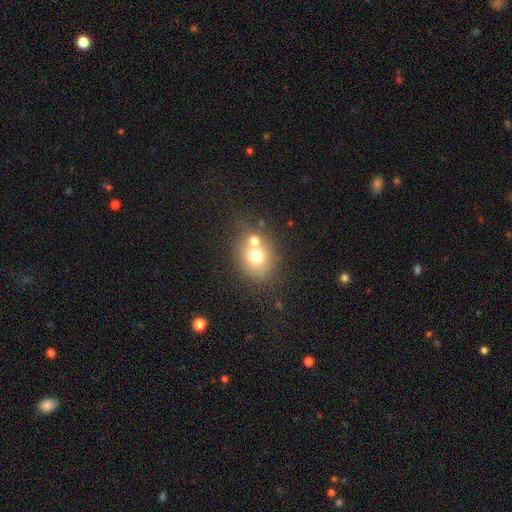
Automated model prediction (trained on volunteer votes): Smooth or featured? Predicted: smooth (p=0.69). How rounded? Predicted: round (p=0.71). Merging? Predicted: none (p=0.52).